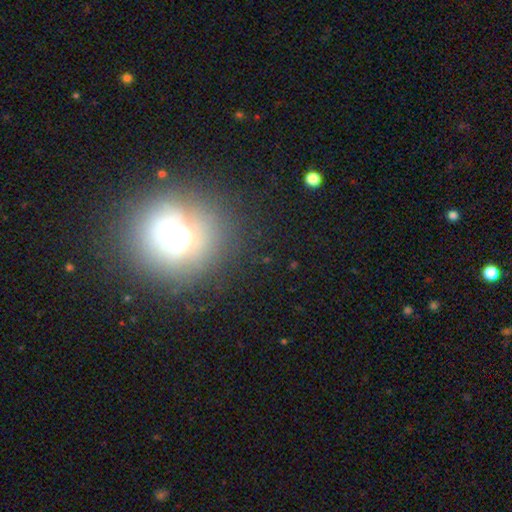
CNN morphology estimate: This is possibly a smooth galaxy (51%). How rounded: clearly round (82%). Merging: likely none (72%).